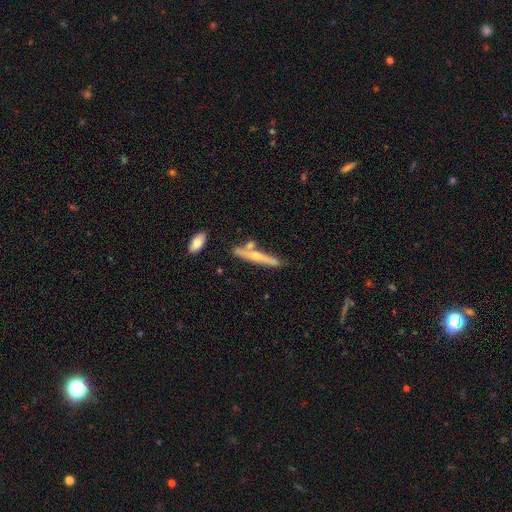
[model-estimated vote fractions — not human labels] Overall: featured or disk (61%; smooth 32%). Edge-on disk: yes (91%). Edge-on bulge: rounded (84%). Merging: none (69%).